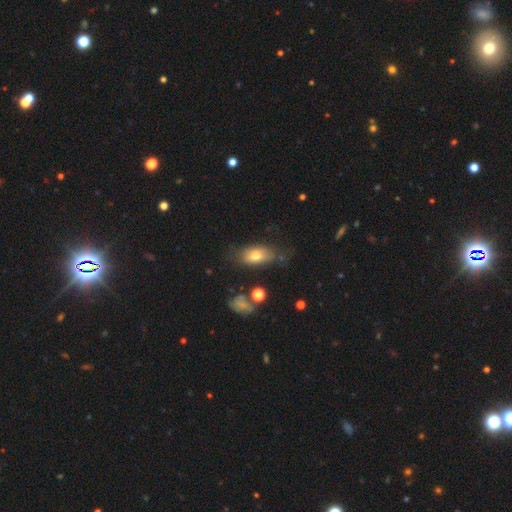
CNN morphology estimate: A smooth galaxy with no disk features (70%) that is in between round and cigar-shaped (83%).

Vote fractions:
- Smooth or featured? smooth: 70% / featured or disk: 21% / star or artifact: 9%
- How rounded? in between: 83% / cigar-shaped: 10% / round: 6%
- Merging? none: 60% / minor disturbance: 24% / major disturbance: 11% / merger: 5%